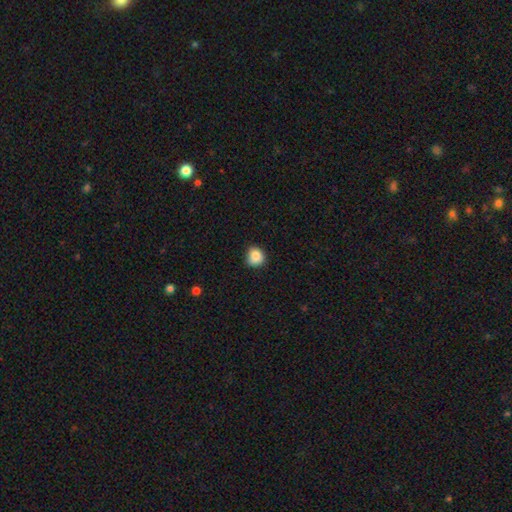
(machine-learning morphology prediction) Smooth or featured? smooth (85%)
How rounded? round (77%)
Merging? none (67%)